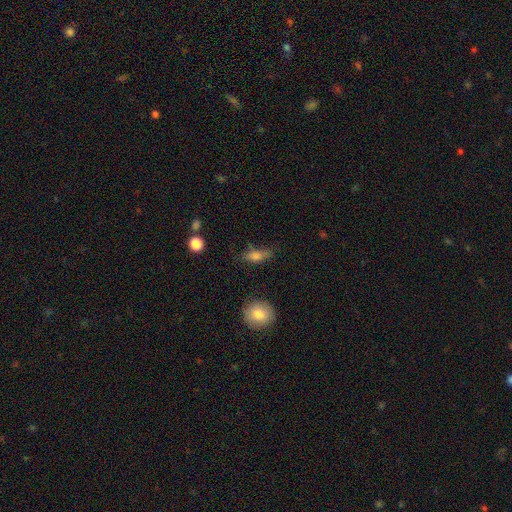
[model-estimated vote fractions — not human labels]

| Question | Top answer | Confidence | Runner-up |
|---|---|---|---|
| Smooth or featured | smooth | 77% | featured or disk (13%) |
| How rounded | in between | 71% | cigar-shaped (20%) |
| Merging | none | 56% | minor disturbance (29%) |